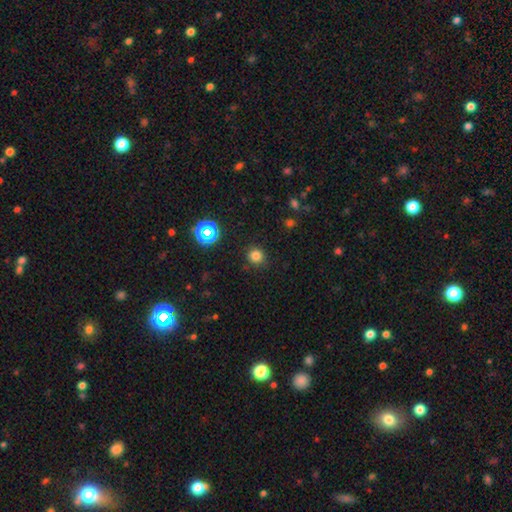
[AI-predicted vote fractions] This is likely a smooth galaxy (79%). How rounded: clearly round (91%). Merging: clearly none (89%).